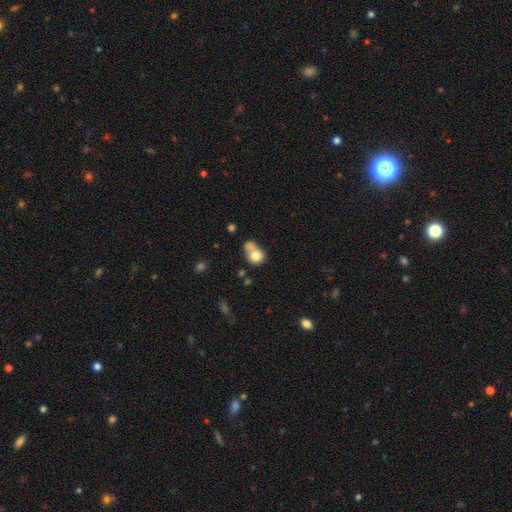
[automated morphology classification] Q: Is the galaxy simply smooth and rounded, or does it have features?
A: smooth — 76%.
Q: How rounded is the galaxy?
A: round — 69%.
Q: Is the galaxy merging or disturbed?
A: merger — 50%.